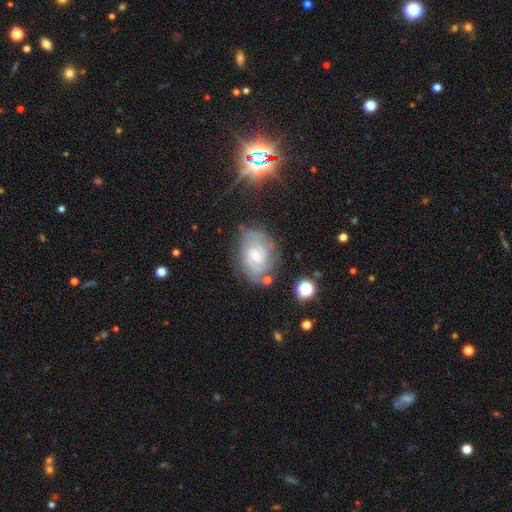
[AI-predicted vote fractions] Morphology: type=featured or disk (80%); edge-on=no (96%); bar=no (49%); spiral arms=yes (93%); winding=tight (59%); arm count=2 (44%); bulge=small (57%); merging=none (67%).